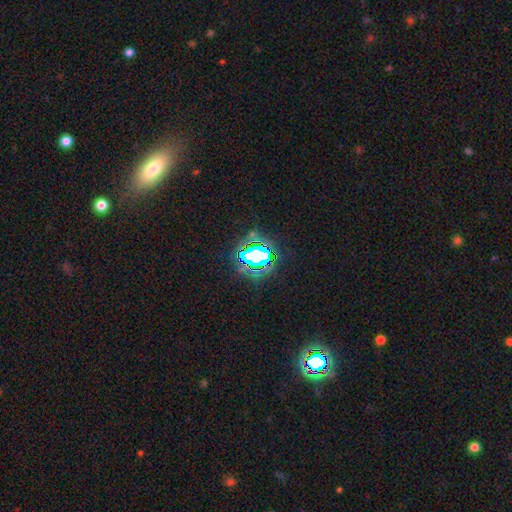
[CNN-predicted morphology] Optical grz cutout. It shows a star or artifact, not a galaxy (68%).